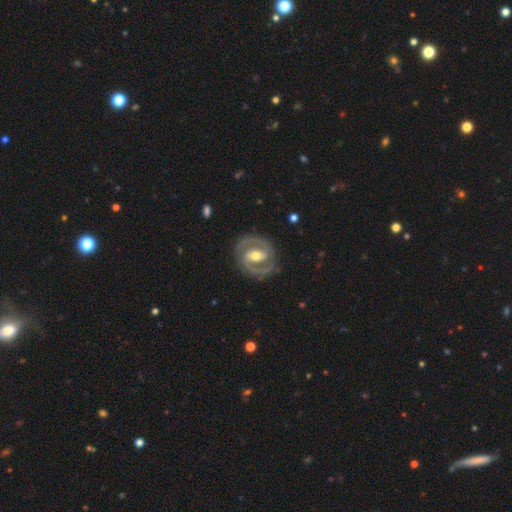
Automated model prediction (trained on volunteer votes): Smooth or featured: featured or disk — 91% (smooth — 6%)
Edge-on disk: no — 98% (yes — 2%)
Bar: strong — 46% (weak — 38%)
Spiral arms: yes — 95% (no — 5%)
Spiral winding: medium — 47% (tight — 46%)
Spiral arm count: 2 — 92% (can't tell — 3%)
Bulge size: moderate — 70% (small — 23%)
Merging: none — 86% (minor disturbance — 10%)